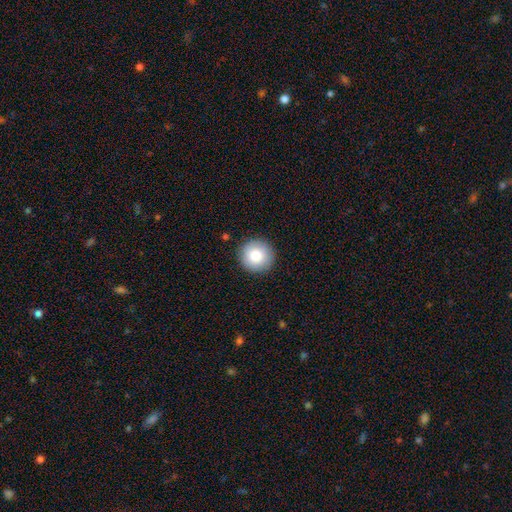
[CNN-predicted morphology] type=smooth (83%); roundness=round (95%); merging=none (91%).